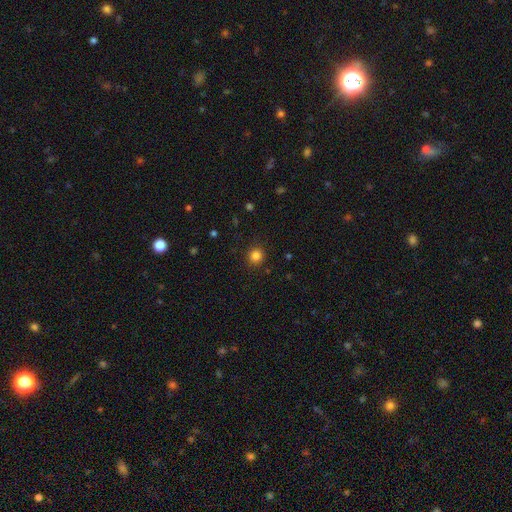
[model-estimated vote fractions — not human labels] smooth-or-featured: smooth: 83% | star or artifact: 13% | featured or disk: 4%
  how-rounded: round: 91% | in between: 8% | cigar-shaped: 1%
  merging: none: 90% | minor disturbance: 6% | major disturbance: 2% | merger: 1%